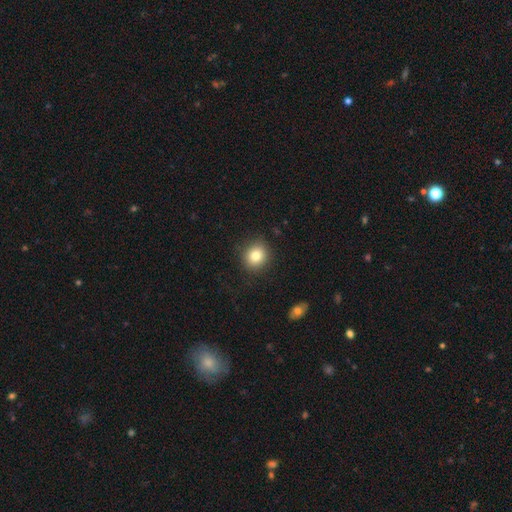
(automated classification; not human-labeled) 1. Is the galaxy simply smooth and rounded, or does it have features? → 82% smooth, 10% star or artifact, 8% featured or disk.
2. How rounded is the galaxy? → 82% round, 17% in between, 1% cigar-shaped.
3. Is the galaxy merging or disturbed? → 88% none, 8% minor disturbance, 3% major disturbance, 1% merger.